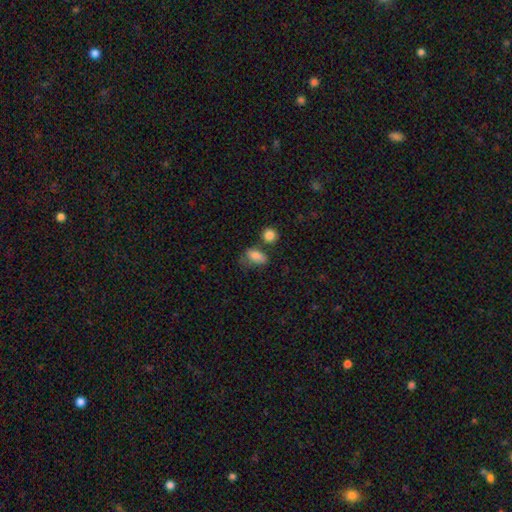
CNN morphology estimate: Overall: smooth (82%). How rounded: in between (85%). Merging: none (45%; minor disturbance 29%).